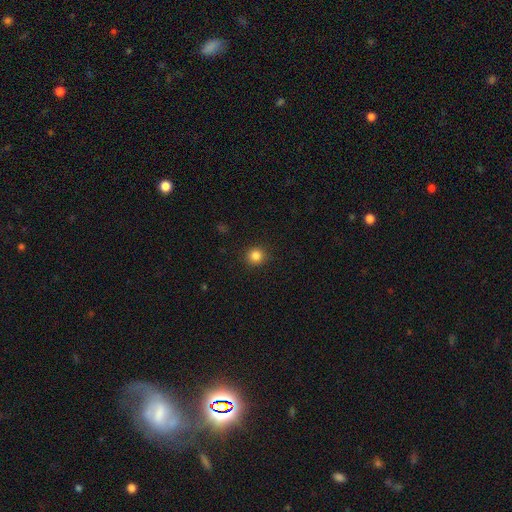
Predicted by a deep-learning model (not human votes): Smooth or featured?
  - smooth: 84% *
  - star or artifact: 12%
  - featured or disk: 4%
How rounded?
  - round: 90% *
  - in between: 9%
  - cigar-shaped: 1%
Merging?
  - none: 91% *
  - minor disturbance: 6%
  - major disturbance: 2%
  - merger: 1%